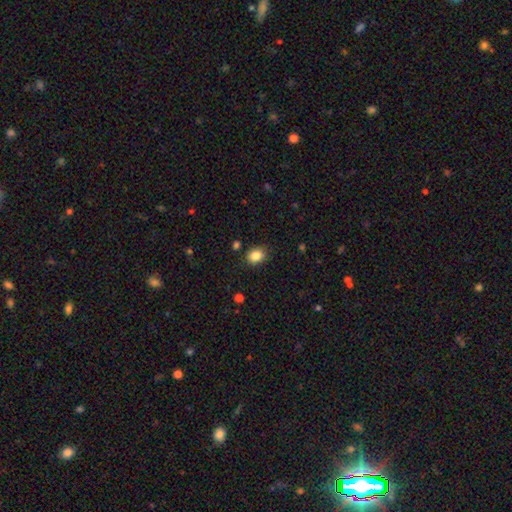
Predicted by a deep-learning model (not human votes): Smooth or featured?
  - smooth: 85% *
  - star or artifact: 10%
  - featured or disk: 5%
How rounded?
  - in between: 51% *
  - round: 49%
  - cigar-shaped: 1%
Merging?
  - none: 85% *
  - minor disturbance: 10%
  - major disturbance: 3%
  - merger: 2%